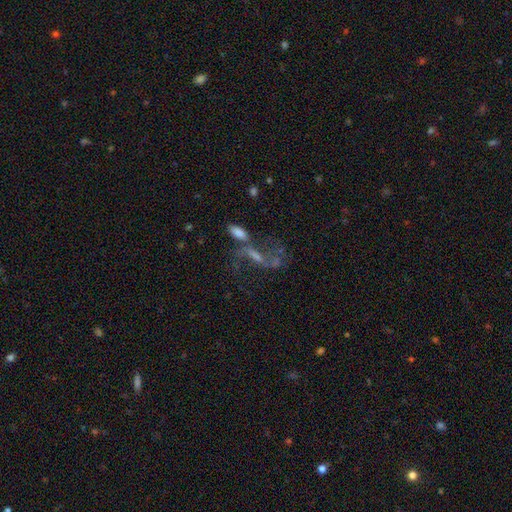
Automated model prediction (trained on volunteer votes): Smooth or featured?
  - featured or disk: 63% *
  - star or artifact: 20%
  - smooth: 17%
Edge-on disk?
  - no: 90% *
  - yes: 10%
Bar?
  - no: 39% *
  - weak: 37%
  - strong: 24%
Spiral arms?
  - yes: 66% *
  - no: 34%
Bulge size?
  - small: 37% *
  - none: 36%
  - moderate: 21%
  - large: 4%
  - dominant: 2%
Merging?
  - merger: 35% *
  - none: 31%
  - major disturbance: 22%
  - minor disturbance: 12%